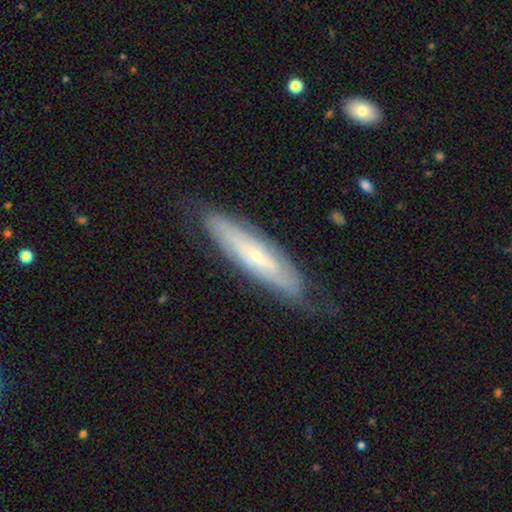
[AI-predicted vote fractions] A featured or disk galaxy (66%). Merging: none (74%).